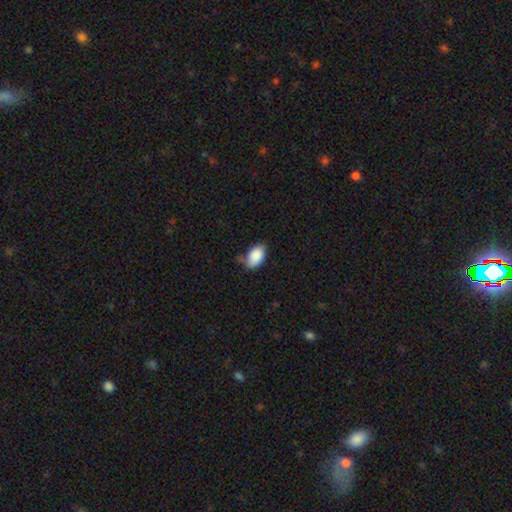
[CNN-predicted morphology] Q: Smooth or featured?
A: smooth (88%); runner-up: star or artifact (7%)
Q: How rounded?
A: in between (93%); runner-up: round (5%)
Q: Merging?
A: none (59%); runner-up: minor disturbance (30%)